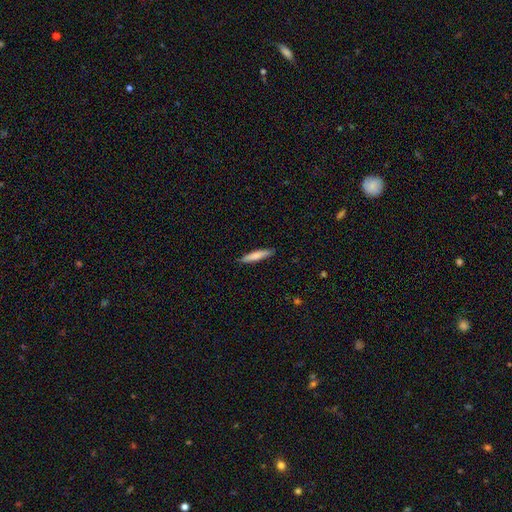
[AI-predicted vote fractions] A smooth galaxy with no disk features (77%) that is cigar-shaped (90%). Merging: none (89%).